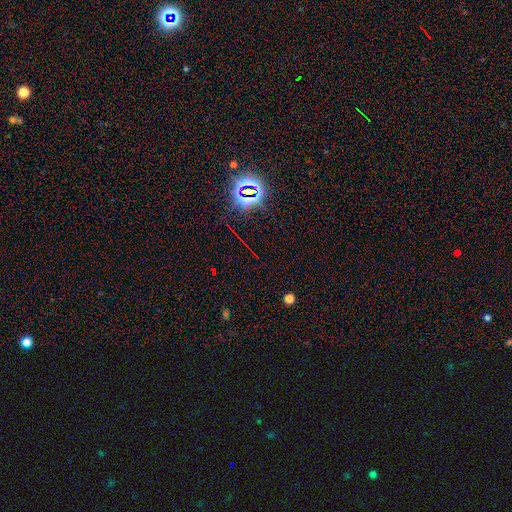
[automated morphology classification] Q: Smooth or featured?
A: star or artifact (74%); runner-up: smooth (17%)